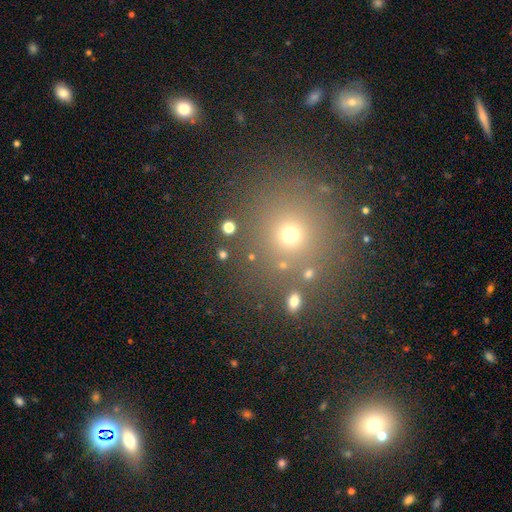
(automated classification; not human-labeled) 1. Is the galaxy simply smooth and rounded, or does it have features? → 58% smooth, 31% star or artifact, 10% featured or disk.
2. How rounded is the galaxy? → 89% round, 10% in between, 1% cigar-shaped.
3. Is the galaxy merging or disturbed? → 83% none, 8% minor disturbance, 6% merger, 4% major disturbance.